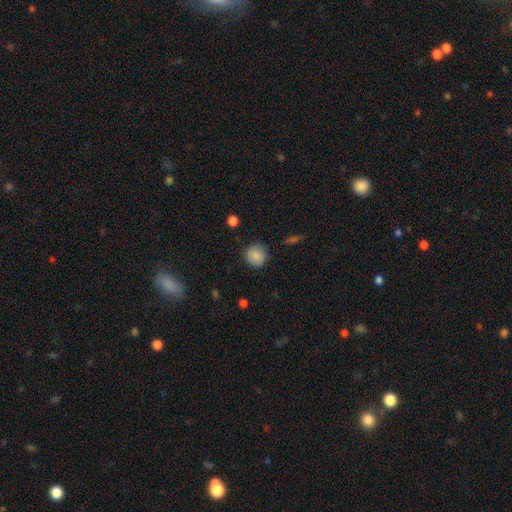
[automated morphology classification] smooth-or-featured: smooth: 85% | star or artifact: 8% | featured or disk: 7%
  how-rounded: round: 91% | in between: 8% | cigar-shaped: 1%
  merging: none: 84% | minor disturbance: 12% | major disturbance: 3% | merger: 1%